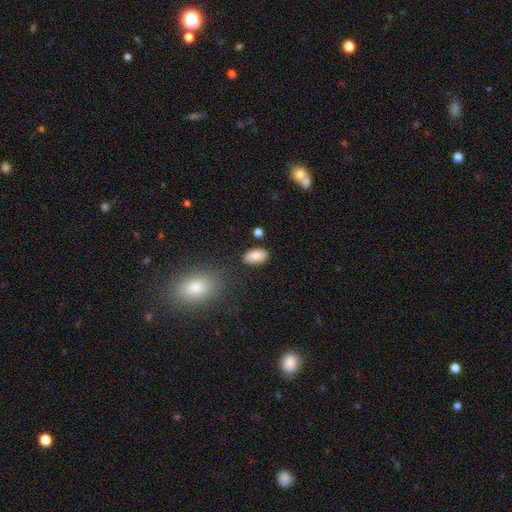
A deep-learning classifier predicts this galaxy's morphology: Smooth or featured? Predicted: smooth (p=0.86). How rounded? Predicted: in between (p=0.93). Merging? Predicted: none (p=0.83).